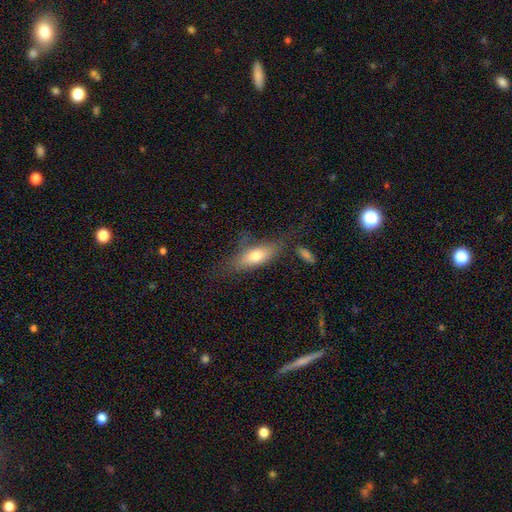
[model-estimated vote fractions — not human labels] This appears to be a smooth galaxy with no disk features (66%) that is in between round and cigar-shaped (65%). Merging: none (53%).